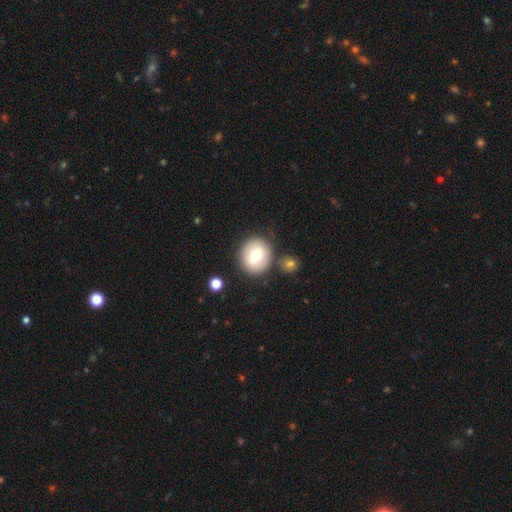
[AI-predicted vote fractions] This appears to be a smooth galaxy with no disk features (68%) that is round (77%). Merging: none (79%).